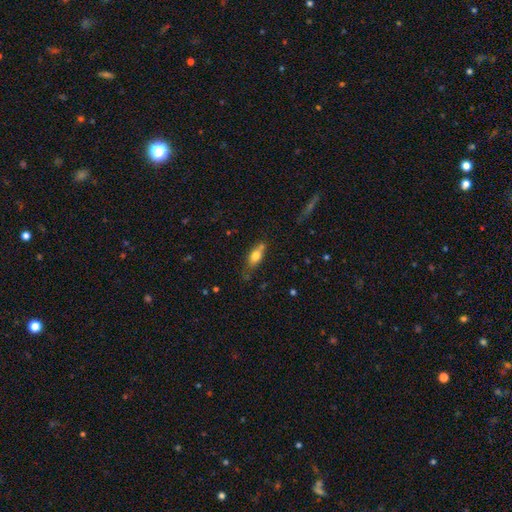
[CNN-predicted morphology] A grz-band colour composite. It shows a smooth galaxy with no disk features (71%) that is in between round and cigar-shaped (73%). Merging: none (58%).